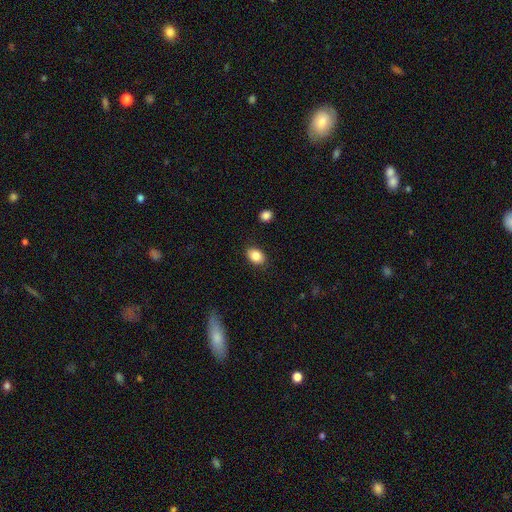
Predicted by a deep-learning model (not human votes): This appears to be a smooth galaxy with no disk features (86%) that is in between round and cigar-shaped (76%). Merging: none (86%).